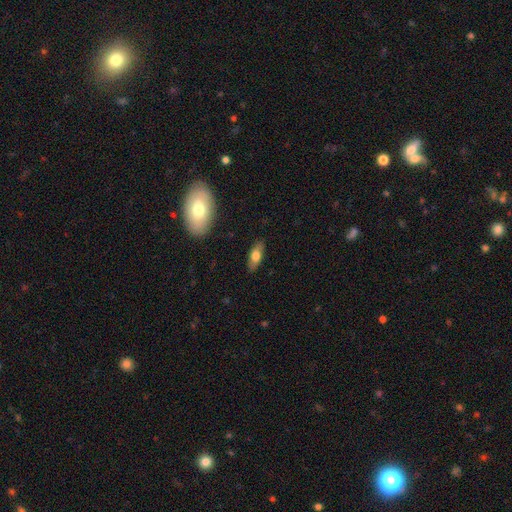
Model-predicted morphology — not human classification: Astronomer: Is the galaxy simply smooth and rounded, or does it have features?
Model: smooth — 68%.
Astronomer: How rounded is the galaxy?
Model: in between — 74%.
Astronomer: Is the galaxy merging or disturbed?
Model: none — 86%.